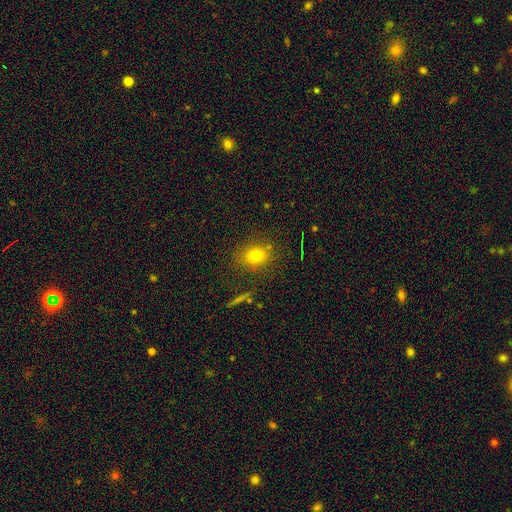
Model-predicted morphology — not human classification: Smooth or featured?
  - smooth: 74% *
  - star or artifact: 15%
  - featured or disk: 11%
How rounded?
  - in between: 54% *
  - round: 44%
  - cigar-shaped: 2%
Merging?
  - none: 81% *
  - minor disturbance: 12%
  - major disturbance: 4%
  - merger: 3%